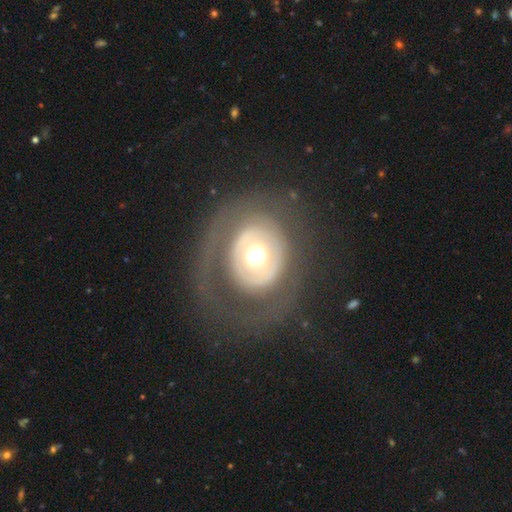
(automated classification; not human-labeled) featured or disk 60%, smooth 33%, star or artifact 7%. Down the decision tree: edge-on disk — no (94%); bar — no (85%); spiral arms — no (80%); bulge size — moderate (58%); merging — none (69%).